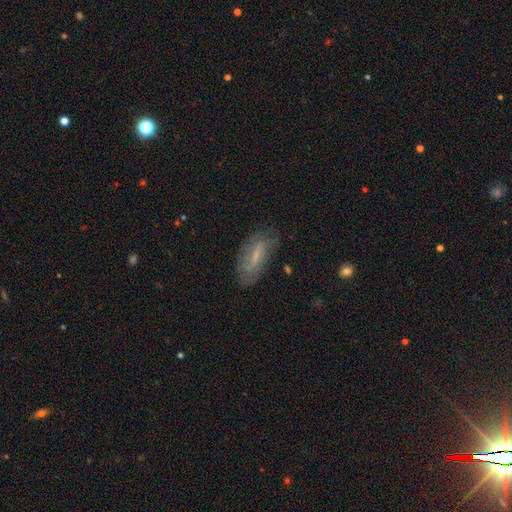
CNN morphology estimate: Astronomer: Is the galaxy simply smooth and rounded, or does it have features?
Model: featured or disk — 49% (runner-up: smooth, 41%).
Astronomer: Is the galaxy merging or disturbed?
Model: none — 70%.